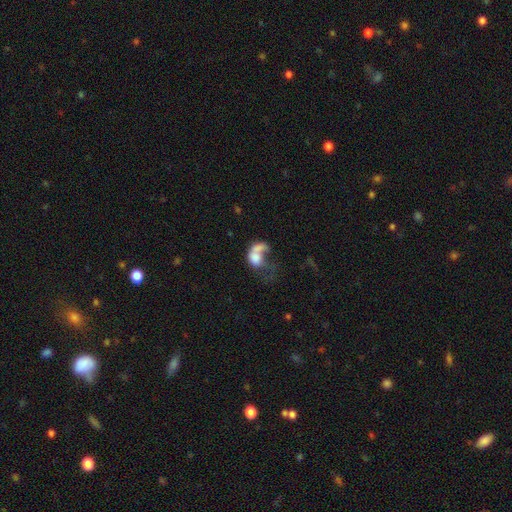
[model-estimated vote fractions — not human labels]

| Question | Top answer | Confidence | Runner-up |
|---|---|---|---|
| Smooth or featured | smooth | 53% | featured or disk (38%) |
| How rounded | in between | 72% | round (26%) |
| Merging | major disturbance | 46% | merger (30%) |